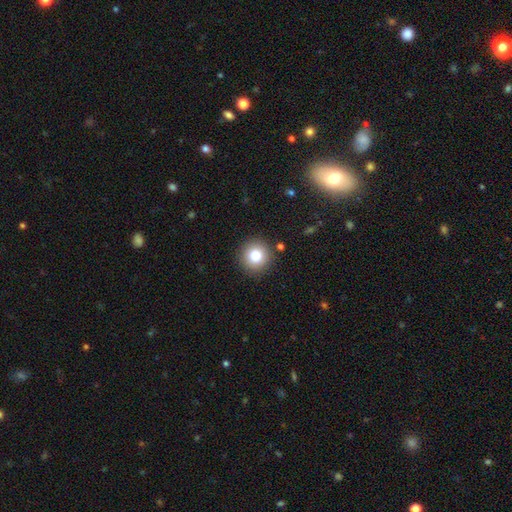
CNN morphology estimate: Q: Smooth or featured?
A: smooth (79%); runner-up: star or artifact (11%)
Q: How rounded?
A: round (94%); runner-up: in between (5%)
Q: Merging?
A: none (90%); runner-up: minor disturbance (6%)